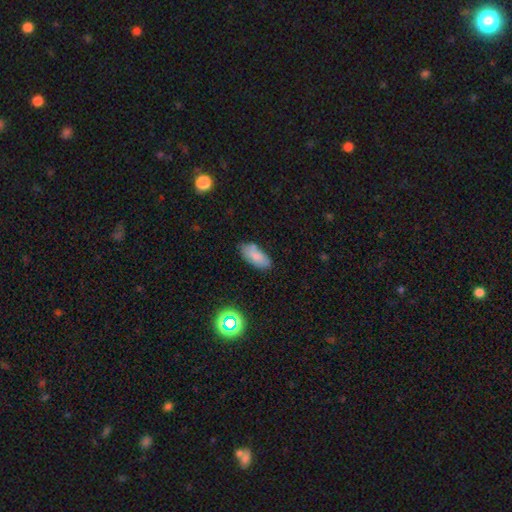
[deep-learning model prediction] Smooth or featured?
  - smooth: 78% *
  - featured or disk: 12%
  - star or artifact: 9%
How rounded?
  - in between: 88% *
  - cigar-shaped: 9%
  - round: 2%
Merging?
  - none: 72% *
  - minor disturbance: 19%
  - merger: 5%
  - major disturbance: 4%